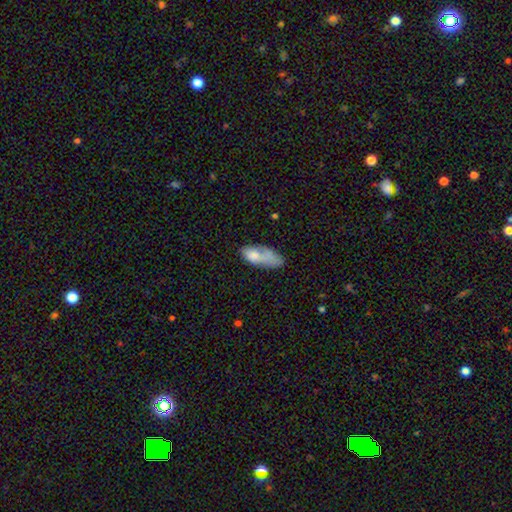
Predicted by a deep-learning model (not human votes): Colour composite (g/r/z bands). It shows a smooth galaxy with no disk features (71%) that is in between round and cigar-shaped (79%). Merging: none (28%).